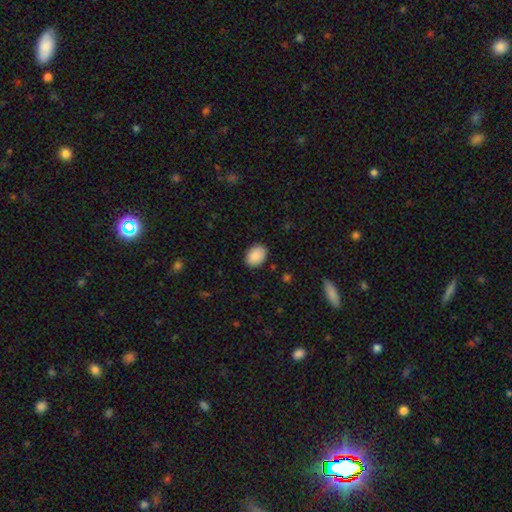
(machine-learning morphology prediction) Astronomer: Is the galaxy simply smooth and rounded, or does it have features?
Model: smooth — 89%.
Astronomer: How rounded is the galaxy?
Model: in between — 69%.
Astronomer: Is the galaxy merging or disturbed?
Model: none — 87%.